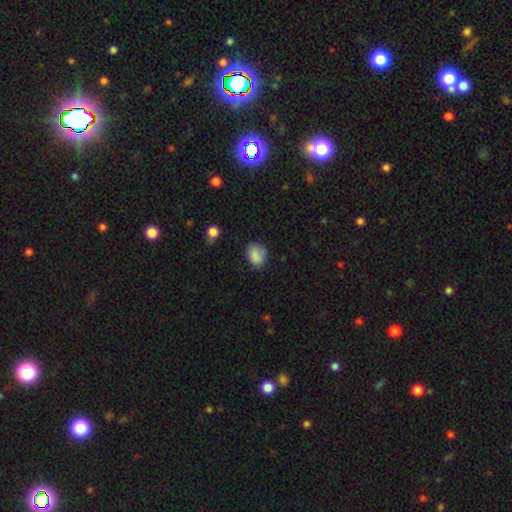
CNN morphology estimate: Smooth or featured? Predicted: smooth (p=0.85). How rounded? Predicted: in between (p=0.57). Merging? Predicted: none (p=0.68).